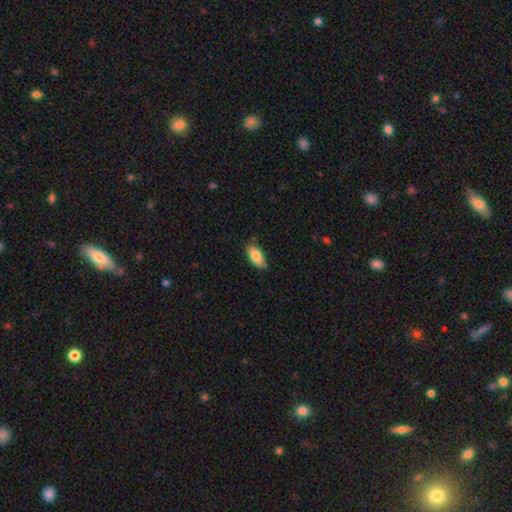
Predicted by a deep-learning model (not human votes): Morphology: type=smooth (84%); roundness=in between (92%); merging=none (76%).